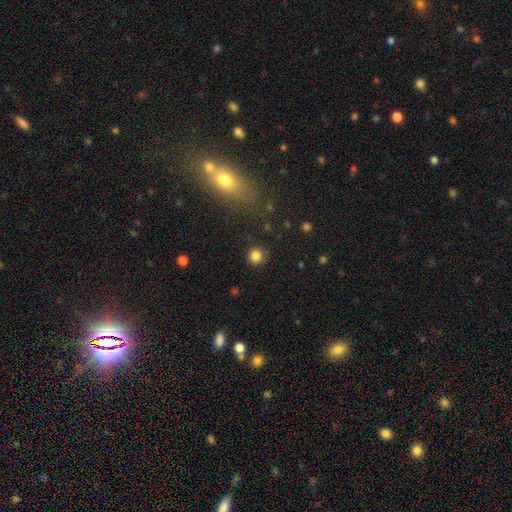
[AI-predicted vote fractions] Smooth or featured? Predicted: smooth (p=0.84). How rounded? Predicted: round (p=0.92). Merging? Predicted: none (p=0.90).